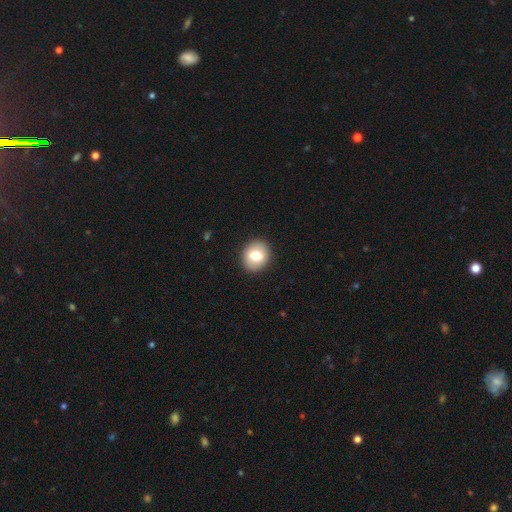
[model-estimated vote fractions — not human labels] Smooth or featured? smooth (76%)
How rounded? round (73%)
Merging? none (91%)